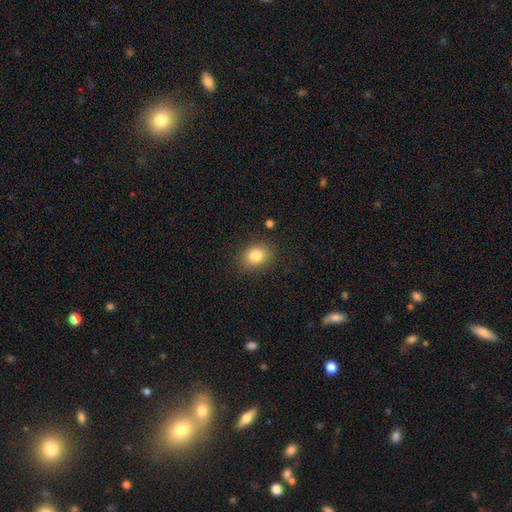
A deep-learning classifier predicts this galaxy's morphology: Smooth or featured: smooth — 83% (star or artifact — 10%)
How rounded: in between — 54% (round — 45%)
Merging: none — 85% (minor disturbance — 10%)